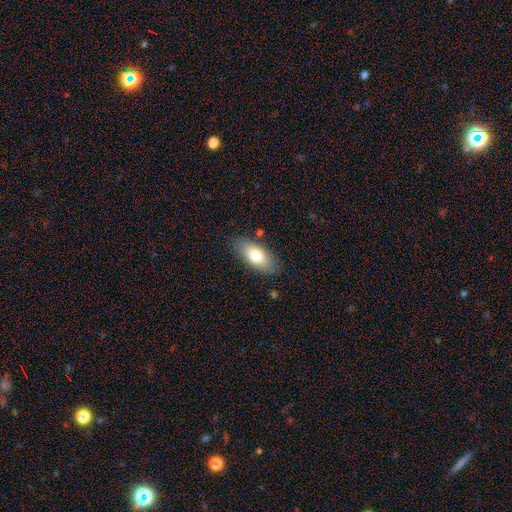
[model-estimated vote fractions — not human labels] Morphology: type=smooth (74%); roundness=in between (86%); merging=none (83%).